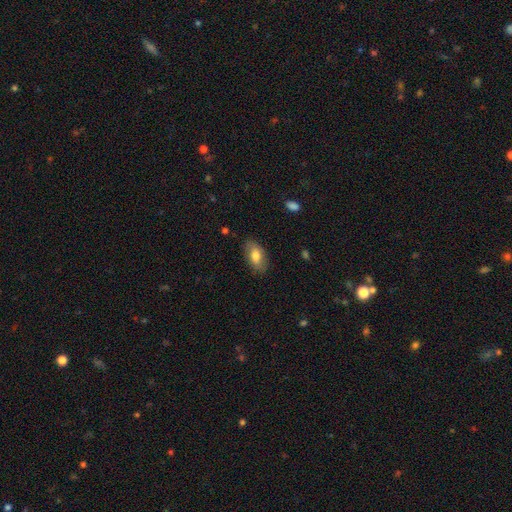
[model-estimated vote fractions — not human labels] Overall: smooth (72%). How rounded: in between (91%). Merging: none (81%).